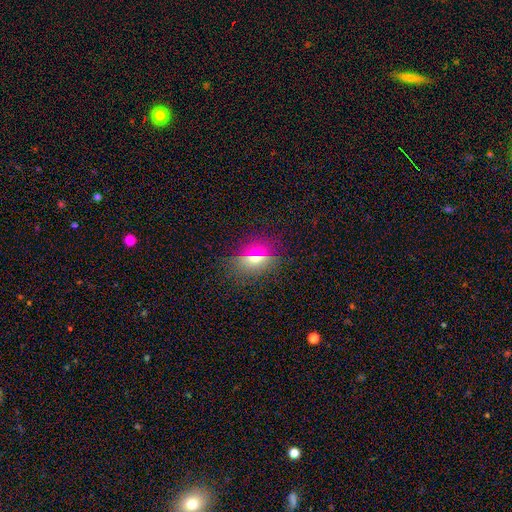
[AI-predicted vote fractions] This appears to be a smooth galaxy with no disk features (55%) that is round (51%). Merging: none (86%).